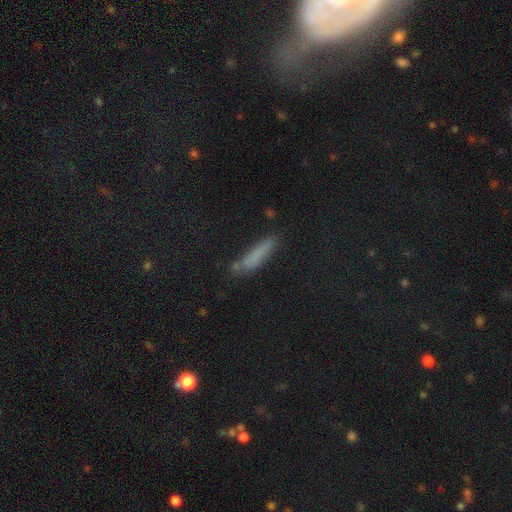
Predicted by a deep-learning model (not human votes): The model was most divided on "merging": none: 68%, minor disturbance: 20%, major disturbance: 6%, merger: 5%. More confident: how rounded — cigar-shaped (83%); smooth or featured — smooth (71%).